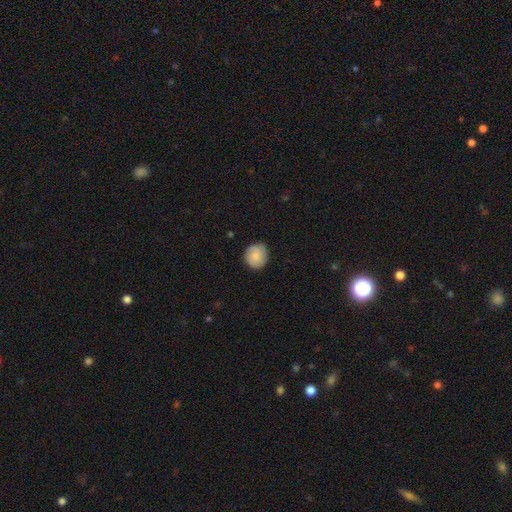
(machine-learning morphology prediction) Smooth or featured: smooth — 84% (featured or disk — 10%)
How rounded: round — 84% (in between — 15%)
Merging: none — 85% (minor disturbance — 12%)